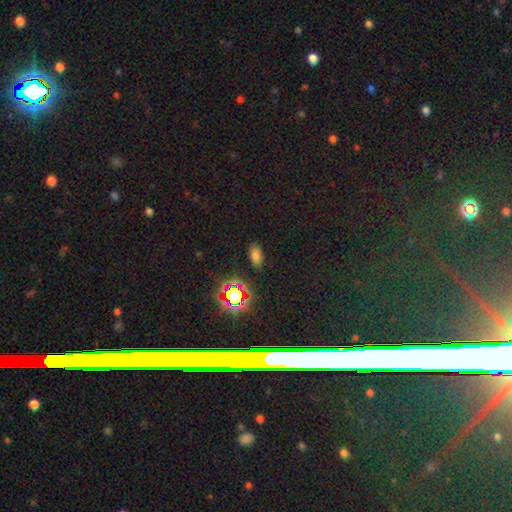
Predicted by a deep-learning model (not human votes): Morphology: type=smooth (68%); roundness=in between (90%); merging=none (86%).